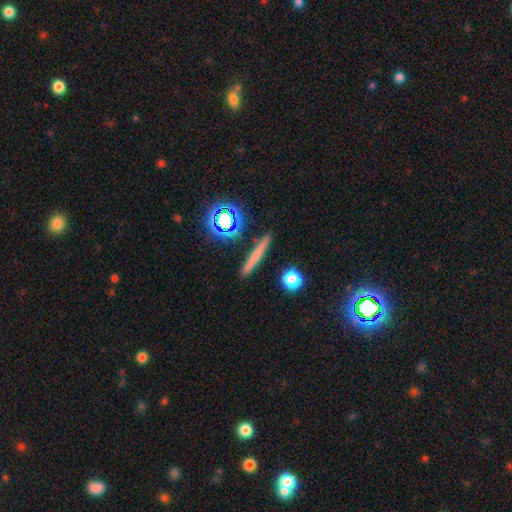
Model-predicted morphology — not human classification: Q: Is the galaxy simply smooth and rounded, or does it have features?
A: smooth — 58%.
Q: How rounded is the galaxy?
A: cigar-shaped — 88%.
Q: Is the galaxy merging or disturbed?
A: none — 90%.